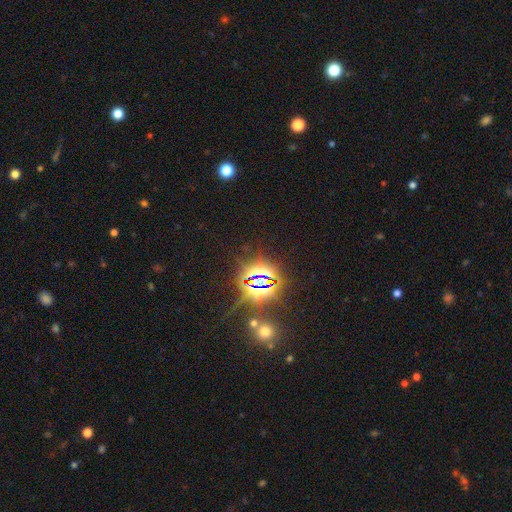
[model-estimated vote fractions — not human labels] This appears to be a star or artifact, not a galaxy (78%).